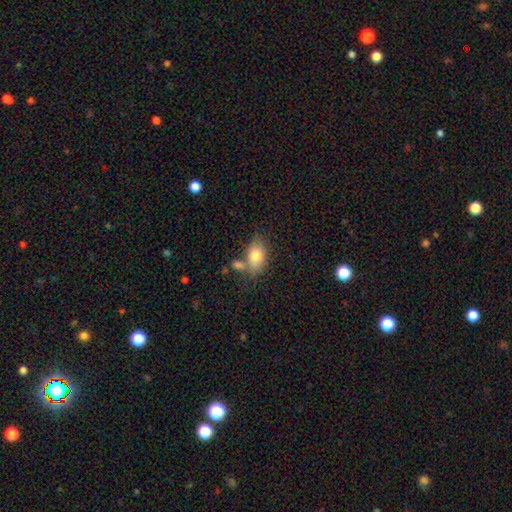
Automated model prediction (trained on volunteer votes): Smooth or featured: smooth — 77% (featured or disk — 15%)
How rounded: in between — 84% (round — 14%)
Merging: none — 53% (merger — 23%)